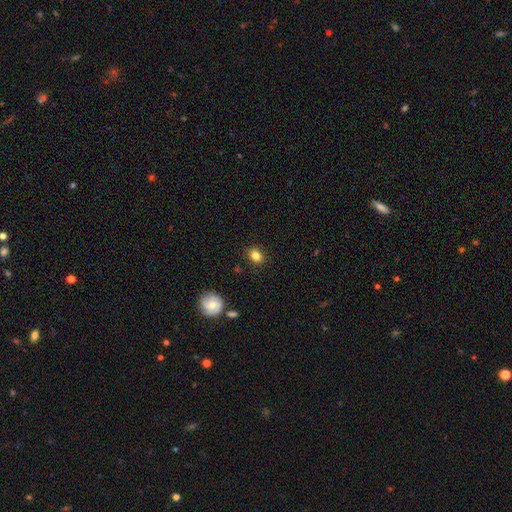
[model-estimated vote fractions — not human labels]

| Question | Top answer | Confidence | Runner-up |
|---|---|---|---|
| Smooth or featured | smooth | 83% | star or artifact (10%) |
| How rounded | in between | 55% | round (44%) |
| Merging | none | 86% | minor disturbance (10%) |